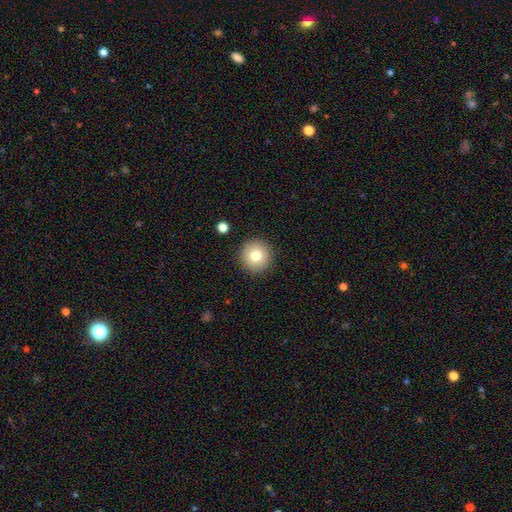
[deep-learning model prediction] This appears to be a smooth galaxy with no disk features (78%) that is round (96%). Merging: none (92%).